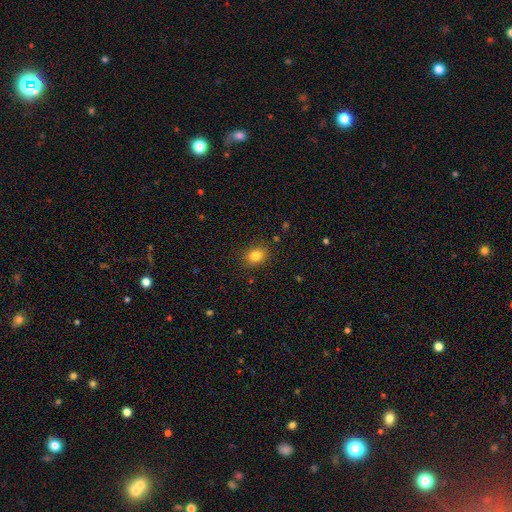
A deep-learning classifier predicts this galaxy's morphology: Overall: smooth (82%). How rounded: round (52%; in between 47%). Merging: none (87%).